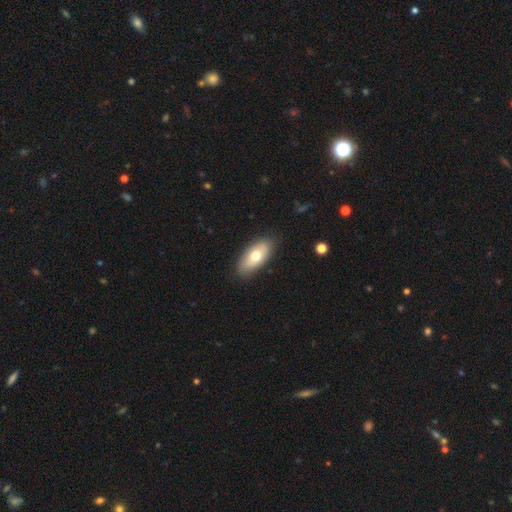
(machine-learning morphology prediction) Smooth or featured: smooth — 71% (featured or disk — 23%)
How rounded: in between — 88% (cigar-shaped — 9%)
Merging: none — 86% (minor disturbance — 11%)